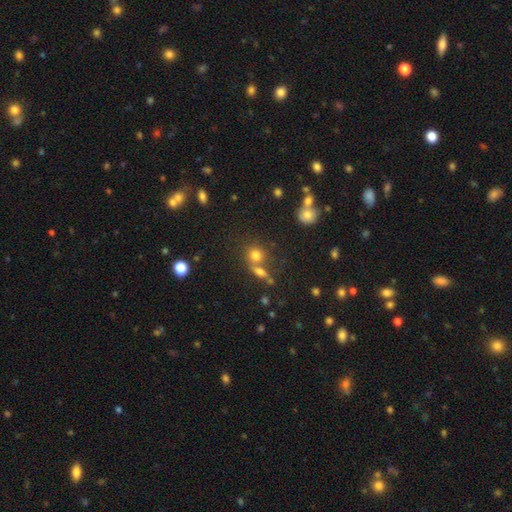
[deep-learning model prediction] Smooth or featured? smooth (72%)
How rounded? round (78%)
Merging? none (49%)